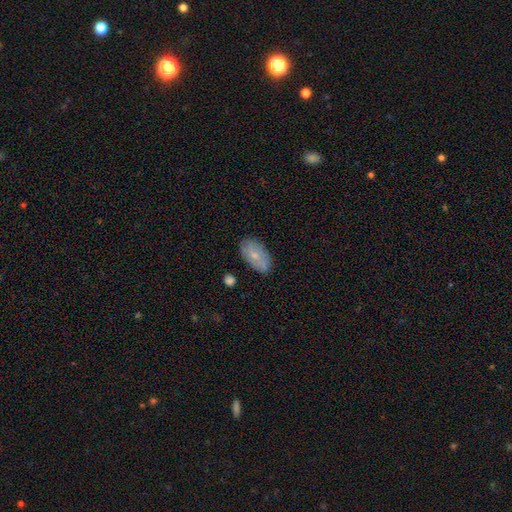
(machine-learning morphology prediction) This appears to be a smooth galaxy with no disk features (63%) that is in between round and cigar-shaped (93%). Merging: none (81%).